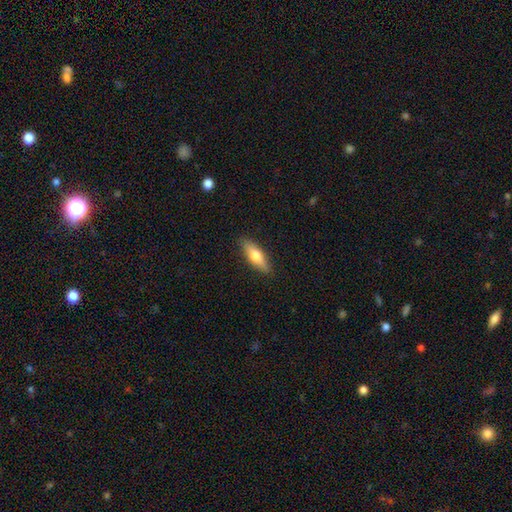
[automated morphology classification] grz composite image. It shows a smooth galaxy with no disk features (62%) that is in between round and cigar-shaped (51%). Merging: none (88%).